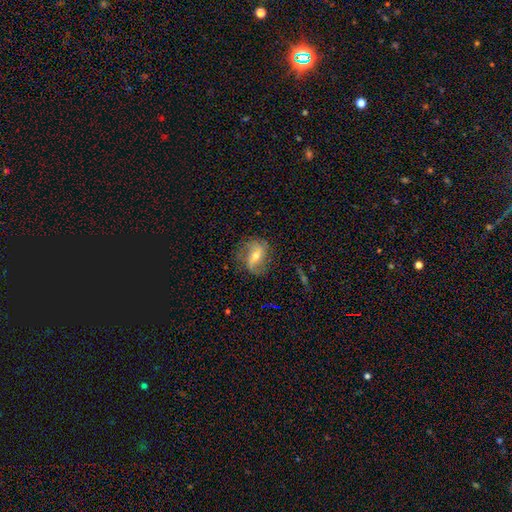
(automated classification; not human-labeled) A featured or disk galaxy (70%) with a weak bar (40%), 2 (73%) loose (54%) spiral arms (87%) and a moderate central bulge (55%).

Vote fractions:
- Smooth or featured? featured or disk: 70% / smooth: 20% / star or artifact: 10%
- Edge-on disk? no: 94% / yes: 6%
- Bar? weak: 40% / strong: 32% / no: 28%
- Spiral arms? yes: 87% / no: 13%
- Spiral winding? loose: 54% / medium: 31% / tight: 15%
- Spiral arm count? 2: 73% / can't tell: 11% / 1: 10% / 3: 3% / 4: 1% / more than 4: 1%
- Bulge size? moderate: 55% / small: 40% / large: 3% / none: 1% / dominant: 1%
- Merging? none: 68% / minor disturbance: 20% / major disturbance: 10% / merger: 2%